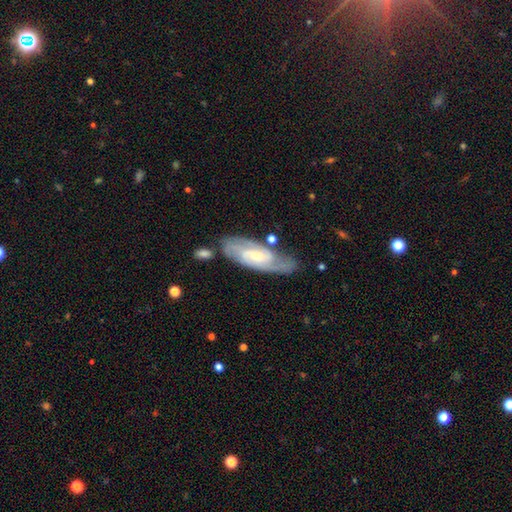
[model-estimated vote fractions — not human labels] The model was most divided on "bar": weak: 45%, no: 42%, strong: 13%. More confident: spiral arms — yes (93%); edge-on disk — no (87%); smooth or featured — featured or disk (77%); merging — none (69%); spiral arm count — 2 (55%); bulge size — small (52%); spiral winding — tight (52%).